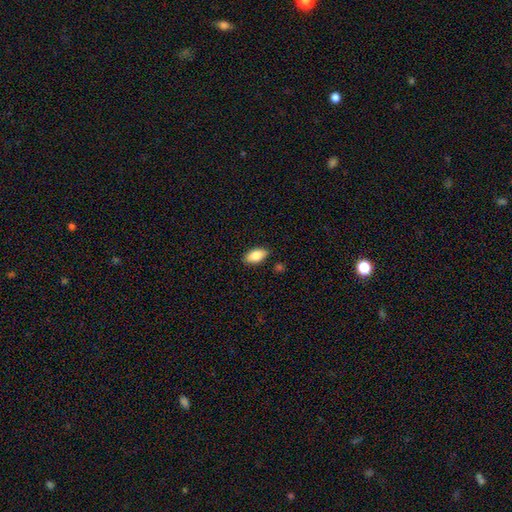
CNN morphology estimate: Smooth or featured: smooth — 80% (featured or disk — 13%)
How rounded: in between — 91% (cigar-shaped — 6%)
Merging: none — 87% (minor disturbance — 9%)